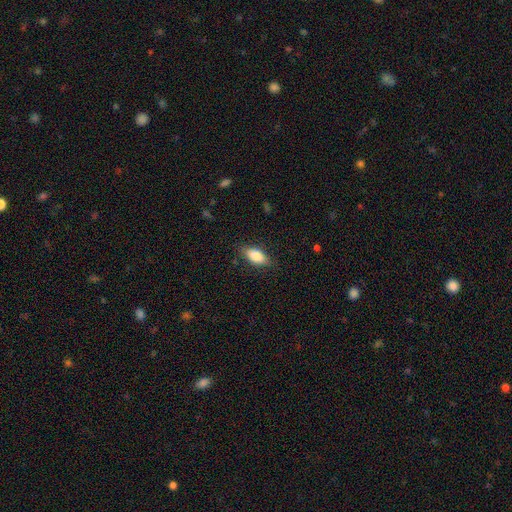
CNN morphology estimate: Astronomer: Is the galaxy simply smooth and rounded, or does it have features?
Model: smooth — 84%.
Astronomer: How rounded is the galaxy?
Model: in between — 87%.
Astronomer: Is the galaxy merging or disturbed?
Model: none — 82%.